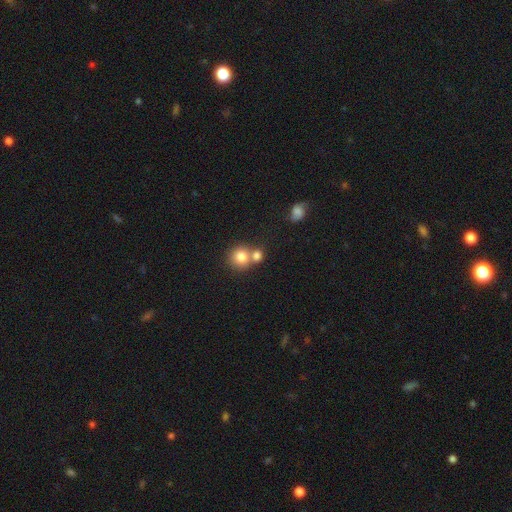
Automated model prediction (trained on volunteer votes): Smooth or featured? smooth (79%)
How rounded? round (84%)
Merging? none (46%)